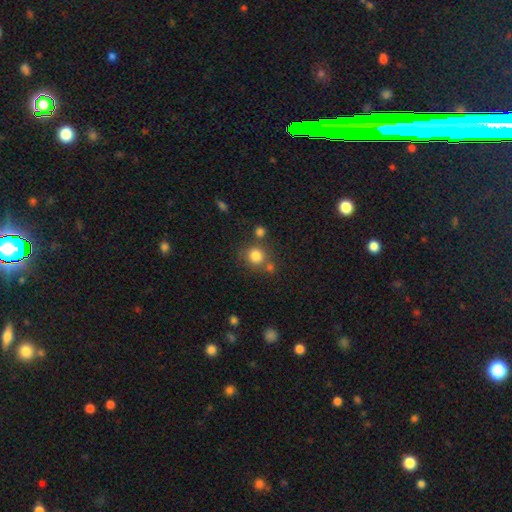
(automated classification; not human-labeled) smooth_or_featured: smooth (p=0.82) [alt: star or artifact p=0.12]
how_rounded: round (p=0.90) [alt: in between p=0.09]
merging: none (p=0.67) [alt: merger p=0.17]